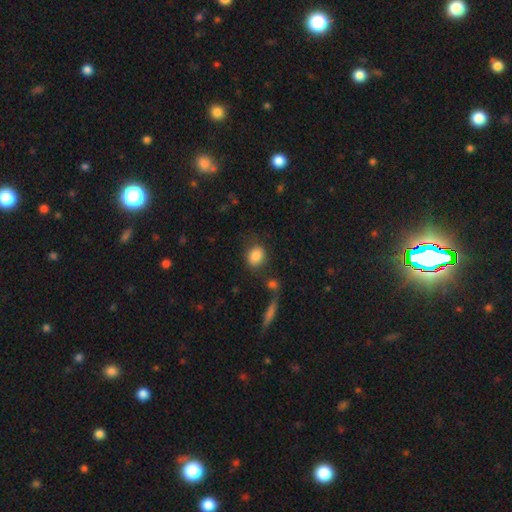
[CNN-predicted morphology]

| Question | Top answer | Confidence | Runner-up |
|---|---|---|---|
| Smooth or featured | smooth | 85% | star or artifact (8%) |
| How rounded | round | 53% | in between (46%) |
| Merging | none | 68% | minor disturbance (15%) |